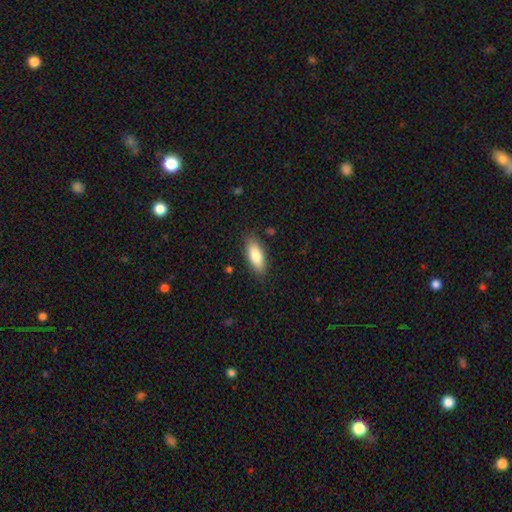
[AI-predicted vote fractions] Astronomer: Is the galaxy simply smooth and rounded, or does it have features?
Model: smooth — 81%.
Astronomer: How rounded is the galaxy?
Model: in between — 77%.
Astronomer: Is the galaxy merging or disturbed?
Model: none — 85%.